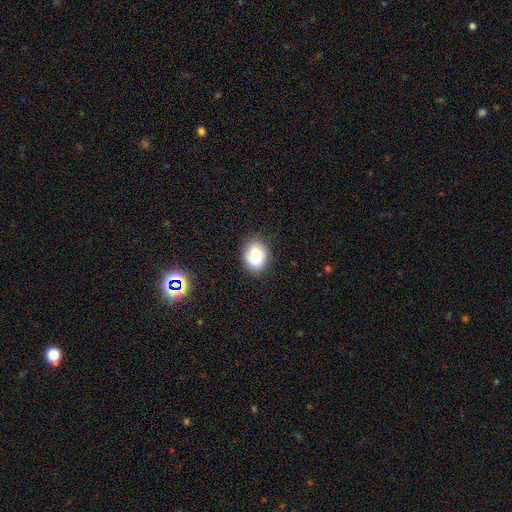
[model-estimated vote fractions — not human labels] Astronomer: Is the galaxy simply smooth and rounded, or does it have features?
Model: smooth — 65%.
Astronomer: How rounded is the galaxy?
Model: in between — 58% (runner-up: round, 41%).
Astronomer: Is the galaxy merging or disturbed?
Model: none — 72%.